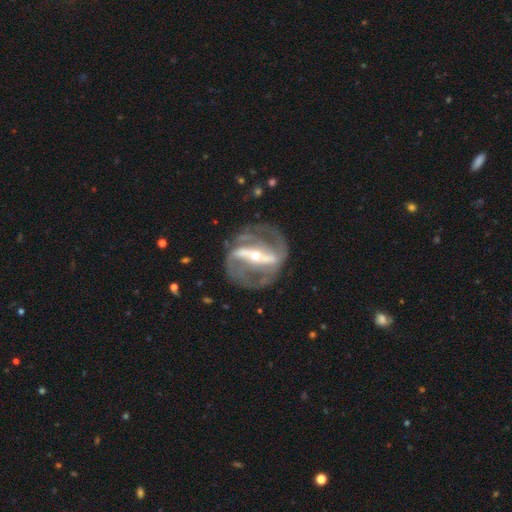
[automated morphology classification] smooth_or_featured: featured or disk (p=0.89) [alt: smooth p=0.06]
disk_edge_on: no (p=0.91) [alt: yes p=0.09]
bar: strong (p=0.82) [alt: weak p=0.12]
has_spiral_arms: yes (p=0.88) [alt: no p=0.12]
spiral_winding: medium (p=0.47) [alt: tight p=0.30]
spiral_arm_count: 2 (p=0.84) [alt: can't tell p=0.07]
bulge_size: small (p=0.62) [alt: moderate p=0.33]
merging: none (p=0.73) [alt: minor disturbance p=0.14]